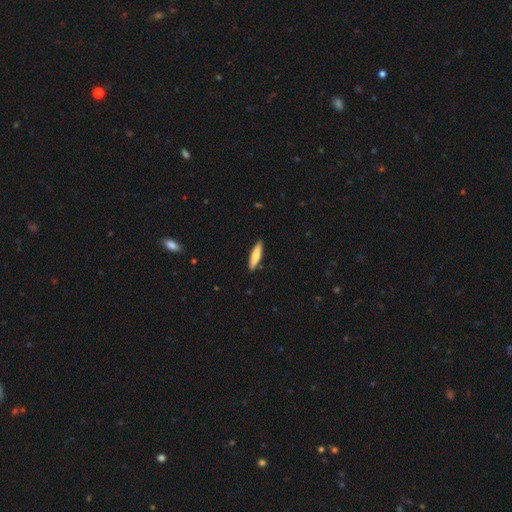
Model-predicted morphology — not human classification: The model was most divided on "smooth or featured": smooth: 71%, featured or disk: 24%, star or artifact: 5%. More confident: merging — none (90%); how rounded — cigar-shaped (76%).